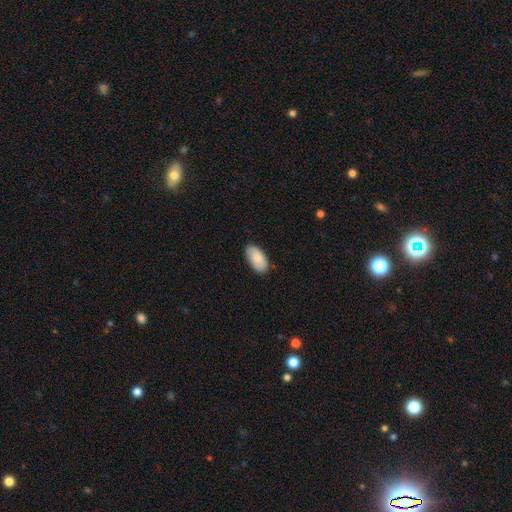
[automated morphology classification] Smooth or featured? smooth (86%)
How rounded? in between (95%)
Merging? none (84%)